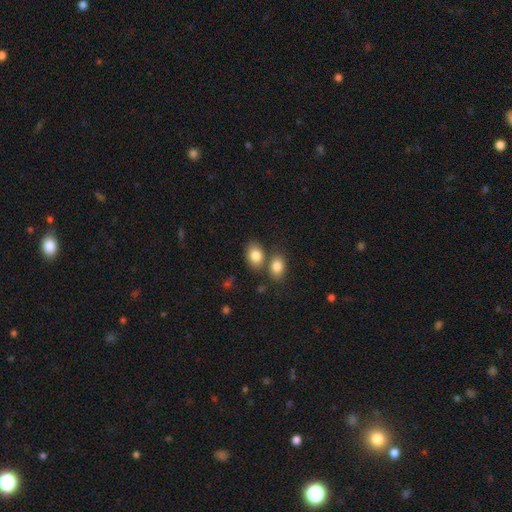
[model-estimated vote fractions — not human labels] Smooth or featured?
  - smooth: 84% *
  - featured or disk: 8%
  - star or artifact: 8%
How rounded?
  - in between: 77% *
  - round: 22%
  - cigar-shaped: 1%
Merging?
  - none: 58% *
  - merger: 28%
  - minor disturbance: 11%
  - major disturbance: 3%